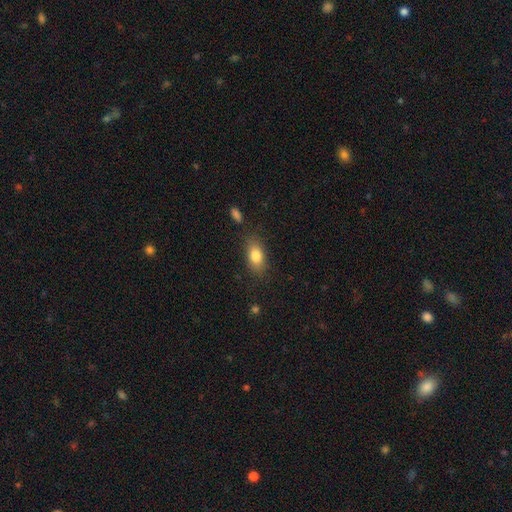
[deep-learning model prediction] Overall: smooth (82%). How rounded: in between (86%). Merging: none (80%).